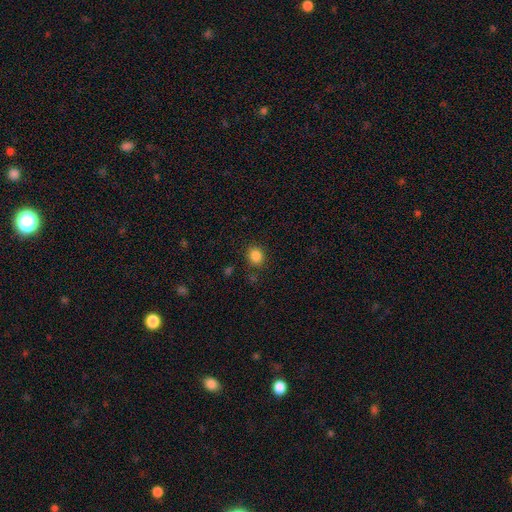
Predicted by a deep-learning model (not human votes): Smooth or featured? smooth (85%)
How rounded? round (76%)
Merging? none (86%)